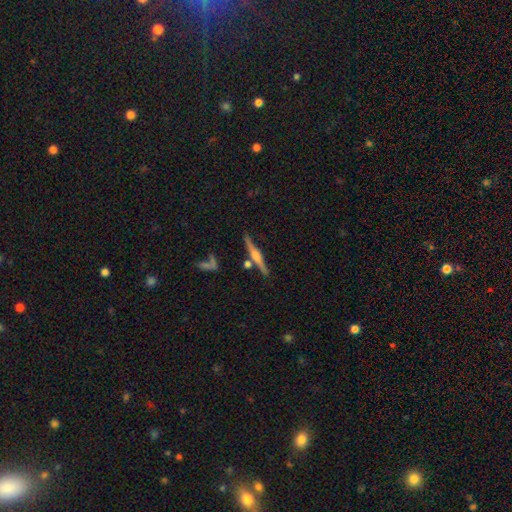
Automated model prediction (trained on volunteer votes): A featured or disk galaxy (72%) viewed edge-on (97%) with a rounded central bulge (82%). Merging: none (81%).